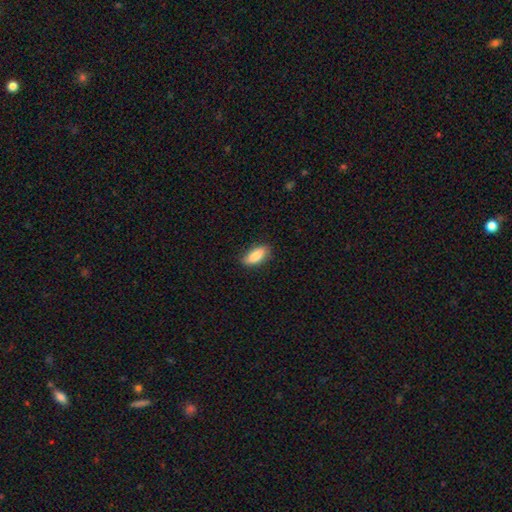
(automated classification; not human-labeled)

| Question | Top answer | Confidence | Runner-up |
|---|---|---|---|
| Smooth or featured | smooth | 85% | featured or disk (9%) |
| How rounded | in between | 80% | cigar-shaped (18%) |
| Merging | none | 82% | minor disturbance (14%) |